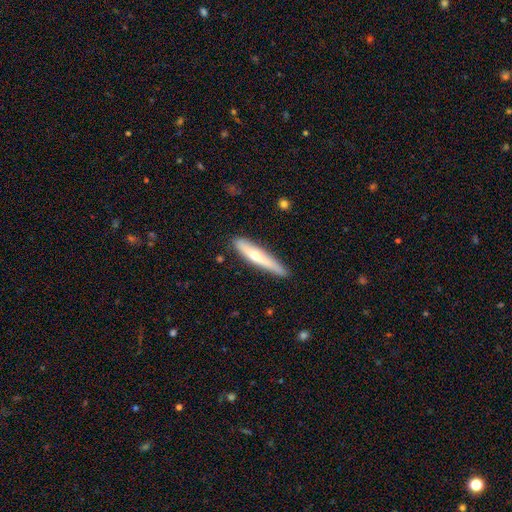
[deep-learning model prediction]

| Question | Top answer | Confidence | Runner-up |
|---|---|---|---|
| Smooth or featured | smooth | 52% | featured or disk (43%) |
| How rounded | cigar-shaped | 87% | in between (11%) |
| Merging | none | 81% | minor disturbance (15%) |